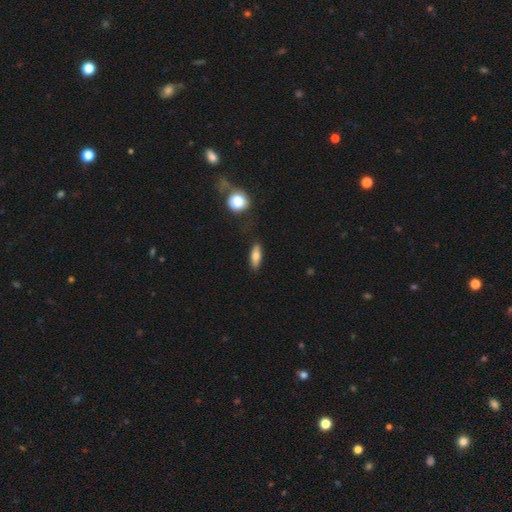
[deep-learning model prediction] A smooth galaxy with no disk features (73%) that is in between round and cigar-shaped (63%).

Vote fractions:
- Smooth or featured? smooth: 73% / featured or disk: 19% / star or artifact: 8%
- How rounded? in between: 63% / cigar-shaped: 33% / round: 4%
- Merging? none: 81% / minor disturbance: 13% / major disturbance: 3% / merger: 2%